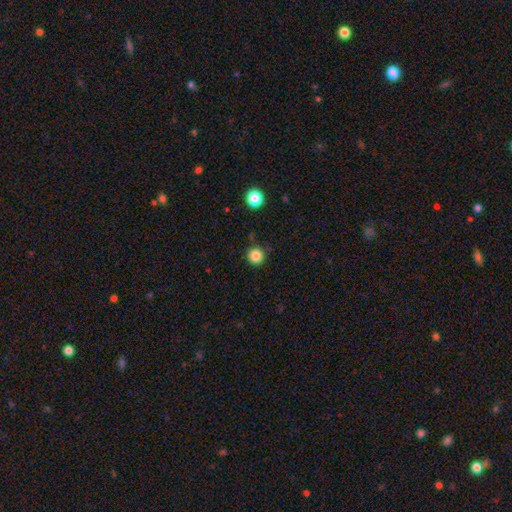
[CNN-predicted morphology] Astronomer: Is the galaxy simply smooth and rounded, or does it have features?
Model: smooth — 84%.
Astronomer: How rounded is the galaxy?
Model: round — 95%.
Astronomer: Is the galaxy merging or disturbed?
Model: none — 88%.